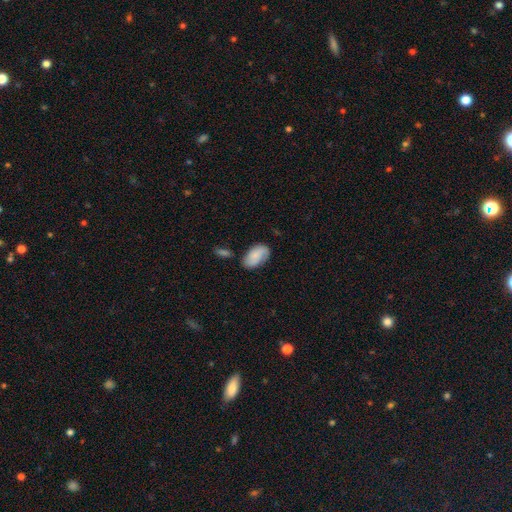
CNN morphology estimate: Smooth or featured: smooth — 70% (featured or disk — 23%)
How rounded: in between — 94% (round — 4%)
Merging: none — 63% (minor disturbance — 24%)